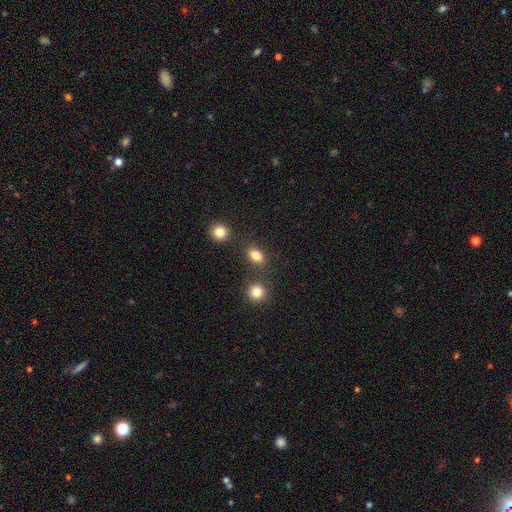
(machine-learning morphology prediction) type=smooth (84%); roundness=in between (76%); merging=none (78%).